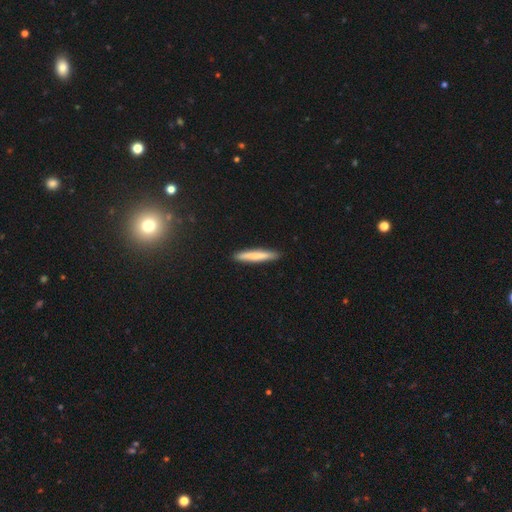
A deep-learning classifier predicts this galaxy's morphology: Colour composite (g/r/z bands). It shows a smooth galaxy with no disk features (75%) that is cigar-shaped (95%). Merging: none (91%).